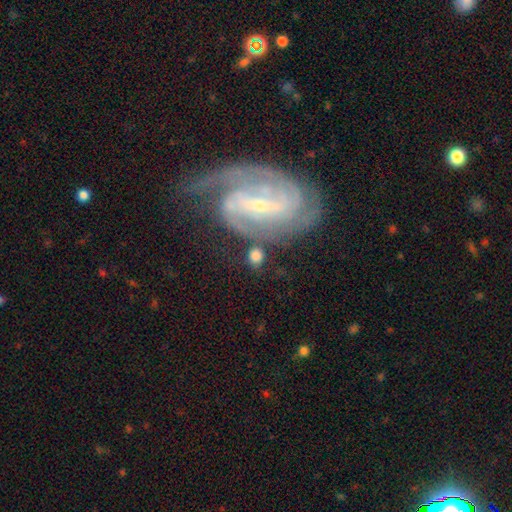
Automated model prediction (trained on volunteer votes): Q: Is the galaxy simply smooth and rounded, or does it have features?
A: smooth — 66%.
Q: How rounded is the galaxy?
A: round — 74%.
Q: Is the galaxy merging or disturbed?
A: none — 71%.